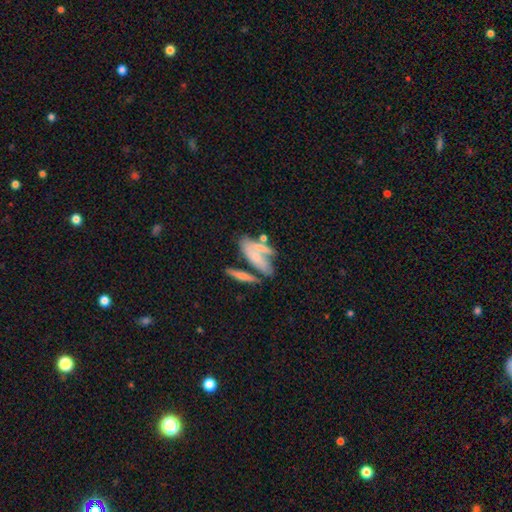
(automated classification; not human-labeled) This is possibly a smooth galaxy (50%). How rounded: likely in between (63%). Merging: marginally merger (38%, tied with none).